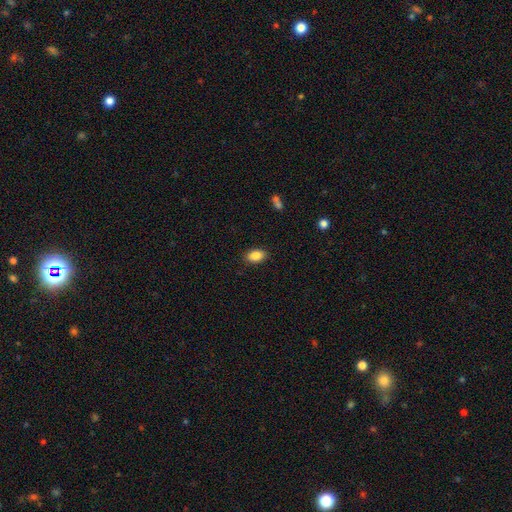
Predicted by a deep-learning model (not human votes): Smooth or featured? Predicted: smooth (p=0.88). How rounded? Predicted: in between (p=0.89). Merging? Predicted: none (p=0.88).